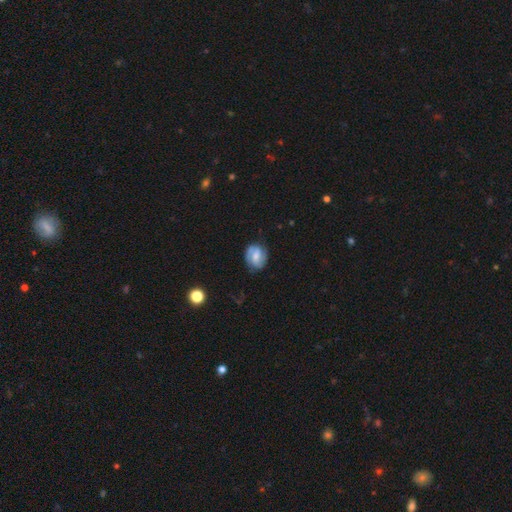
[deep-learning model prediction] smooth_or_featured: featured or disk (p=0.64) [alt: smooth p=0.29]
disk_edge_on: no (p=0.97) [alt: yes p=0.03]
bar: weak (p=0.50) [alt: strong p=0.27]
has_spiral_arms: yes (p=0.89) [alt: no p=0.11]
spiral_winding: medium (p=0.43) [alt: tight p=0.34]
spiral_arm_count: 2 (p=0.83) [alt: can't tell p=0.09]
bulge_size: moderate (p=0.44) [alt: small p=0.39]
merging: none (p=0.76) [alt: minor disturbance p=0.17]